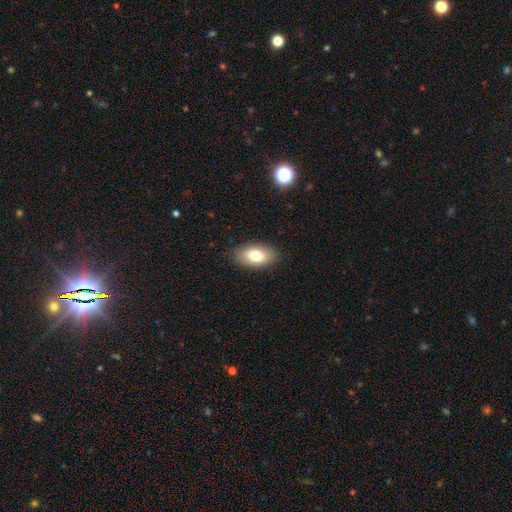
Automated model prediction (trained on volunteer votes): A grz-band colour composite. It shows a smooth galaxy with no disk features (76%) that is in between round and cigar-shaped (92%). Merging: none (88%).